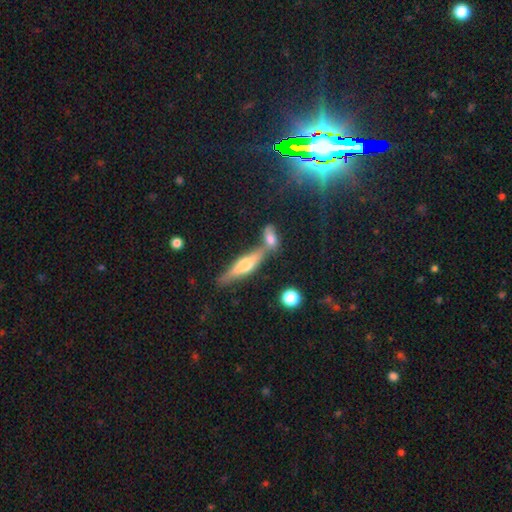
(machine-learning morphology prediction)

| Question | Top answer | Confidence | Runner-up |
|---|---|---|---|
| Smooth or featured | featured or disk | 54% | smooth (27%) |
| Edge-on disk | yes | 89% | no (11%) |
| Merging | none | 60% | merger (24%) |